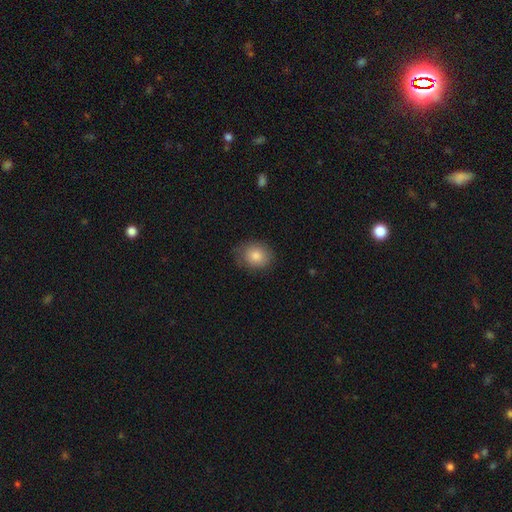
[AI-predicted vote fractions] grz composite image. It shows a smooth galaxy with no disk features (83%) that is round (58%). Merging: none (77%).